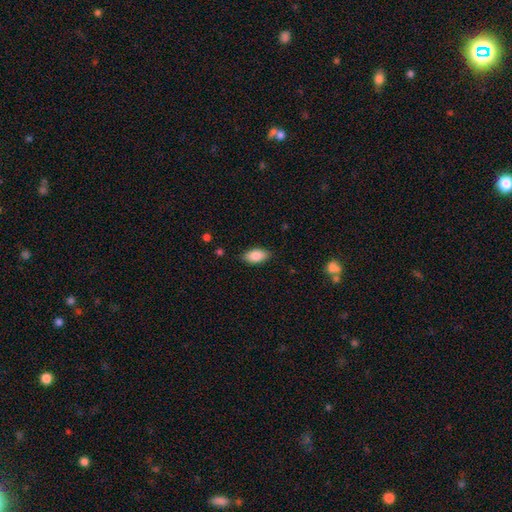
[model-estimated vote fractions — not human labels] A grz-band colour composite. It shows a smooth galaxy with no disk features (86%) that is in between round and cigar-shaped (92%). Merging: none (86%).